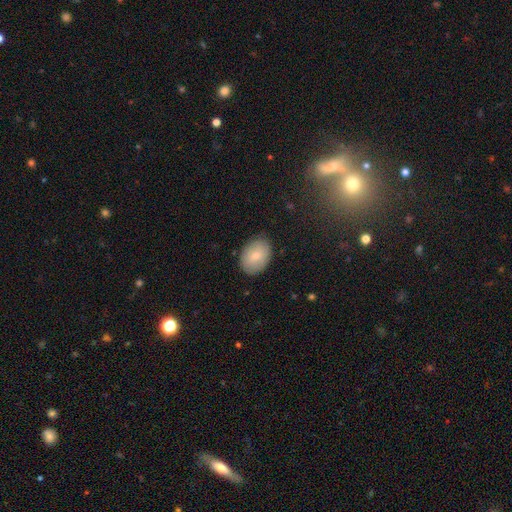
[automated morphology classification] This appears to be a smooth galaxy with no disk features (76%) that is in between round and cigar-shaped (76%). Merging: none (85%).